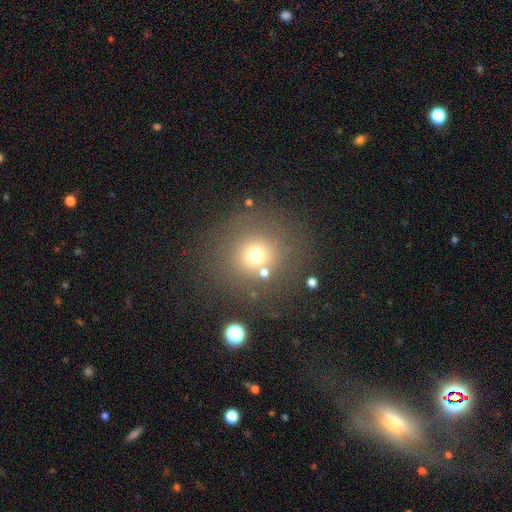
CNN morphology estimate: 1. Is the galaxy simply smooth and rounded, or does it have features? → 68% smooth, 21% star or artifact, 11% featured or disk.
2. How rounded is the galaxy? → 91% round, 8% in between, 1% cigar-shaped.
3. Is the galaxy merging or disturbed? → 77% none, 10% minor disturbance, 8% merger, 6% major disturbance.